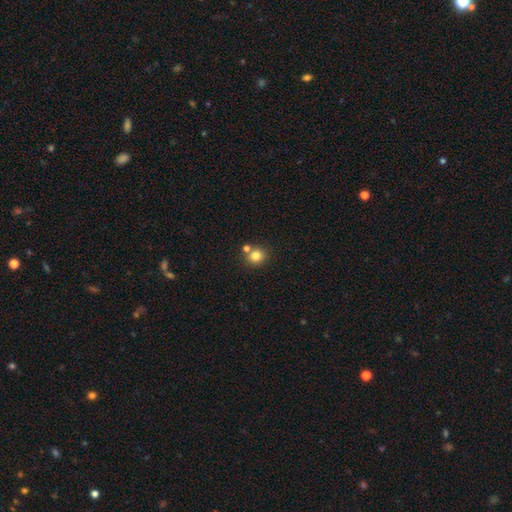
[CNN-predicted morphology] smooth 81%, star or artifact 12%, featured or disk 7%. Down the decision tree: how rounded — round (84%); merging — none (68%).